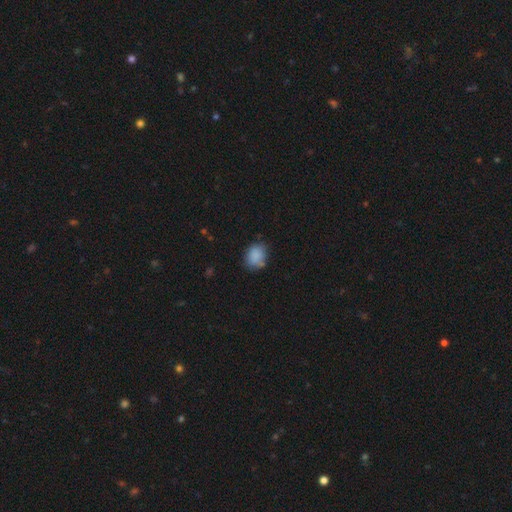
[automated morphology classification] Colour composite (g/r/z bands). It shows a smooth galaxy with no disk features (86%) that is in between round and cigar-shaped (51%). Merging: none (71%).